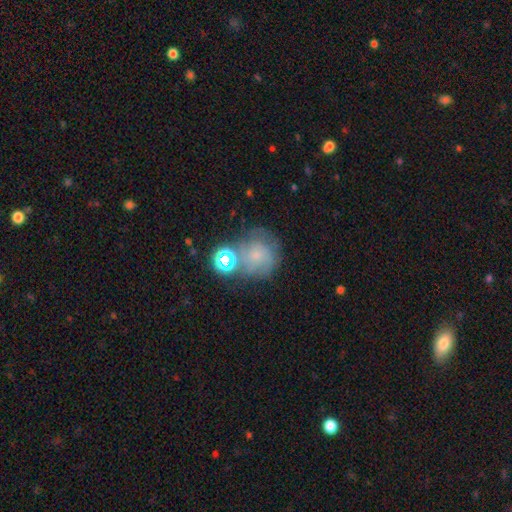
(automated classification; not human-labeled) A smooth galaxy with no disk features (50%). Merging: none (50%).